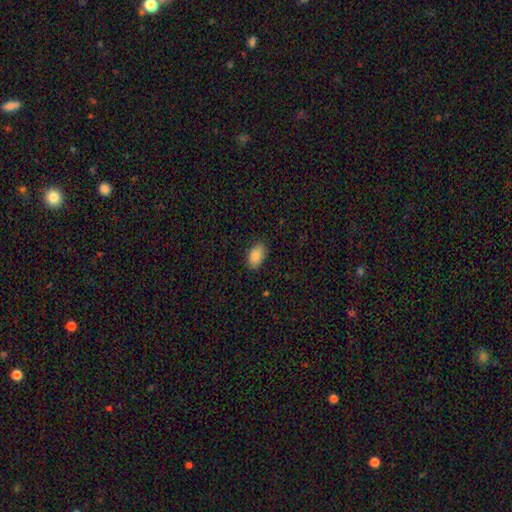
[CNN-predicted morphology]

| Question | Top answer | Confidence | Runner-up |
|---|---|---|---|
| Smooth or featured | smooth | 85% | star or artifact (8%) |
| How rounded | in between | 90% | round (8%) |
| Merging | none | 86% | minor disturbance (11%) |